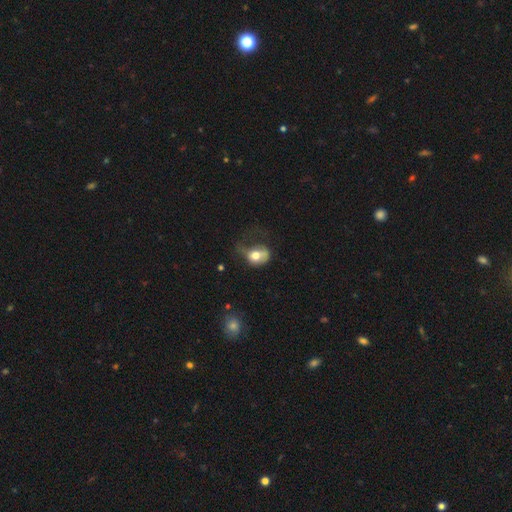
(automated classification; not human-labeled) Smooth or featured? smooth (66%)
How rounded? in between (57%)
Merging? major disturbance (54%)